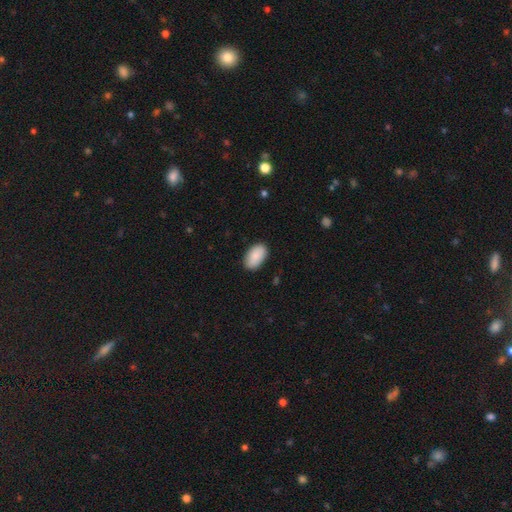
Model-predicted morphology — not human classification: Q: Smooth or featured?
A: smooth (90%); runner-up: star or artifact (6%)
Q: How rounded?
A: in between (94%); runner-up: round (4%)
Q: Merging?
A: none (87%); runner-up: minor disturbance (10%)